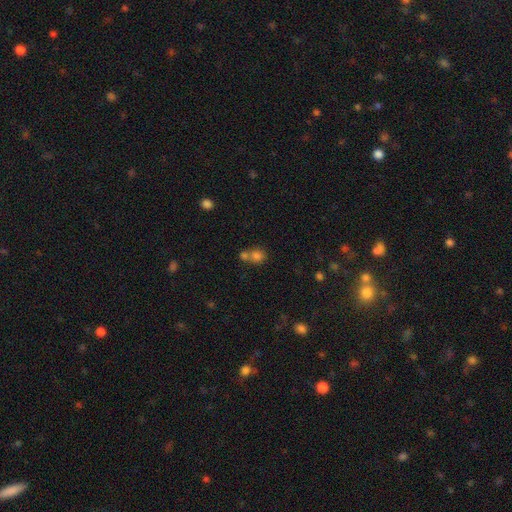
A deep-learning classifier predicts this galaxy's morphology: A smooth galaxy with no disk features (73%) that is round (81%).

Vote fractions:
- Smooth or featured? smooth: 73% / star or artifact: 18% / featured or disk: 9%
- How rounded? round: 81% / in between: 18% / cigar-shaped: 1%
- Merging? none: 47% / merger: 43% / minor disturbance: 7% / major disturbance: 4%